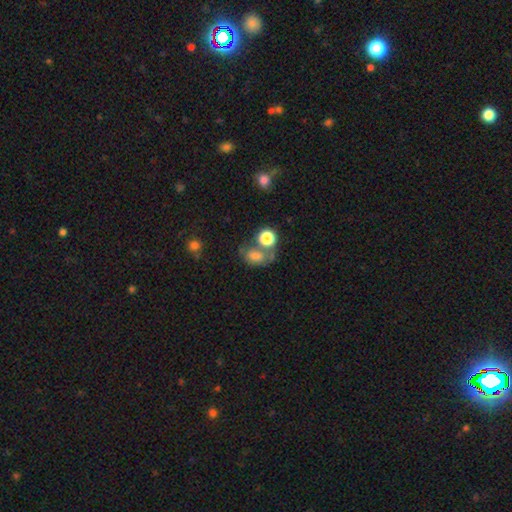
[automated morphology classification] smooth-or-featured: smooth: 65% | featured or disk: 19% | star or artifact: 17%
  how-rounded: in between: 66% | round: 32% | cigar-shaped: 2%
  merging: none: 35% | merger: 31% | minor disturbance: 18% | major disturbance: 15%